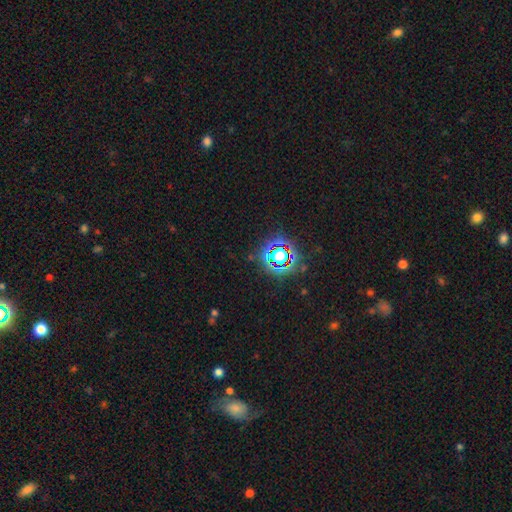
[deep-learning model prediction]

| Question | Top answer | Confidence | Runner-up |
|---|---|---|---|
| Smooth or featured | star or artifact | 78% | smooth (14%) |